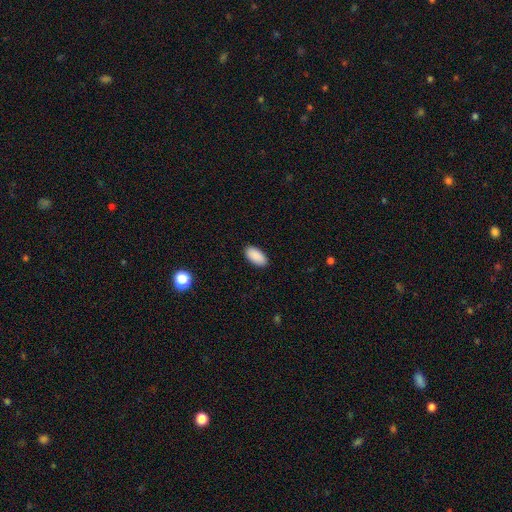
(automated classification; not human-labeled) smooth-or-featured: smooth: 90% | star or artifact: 7% | featured or disk: 3%
  how-rounded: in between: 95% | cigar-shaped: 3% | round: 2%
  merging: none: 90% | minor disturbance: 8% | major disturbance: 2% | merger: 1%